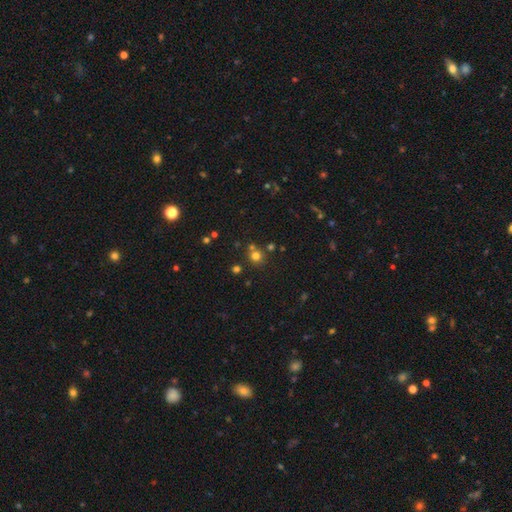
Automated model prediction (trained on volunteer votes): Morphology: type=smooth (69%); roundness=round (90%); merging=none (71%).